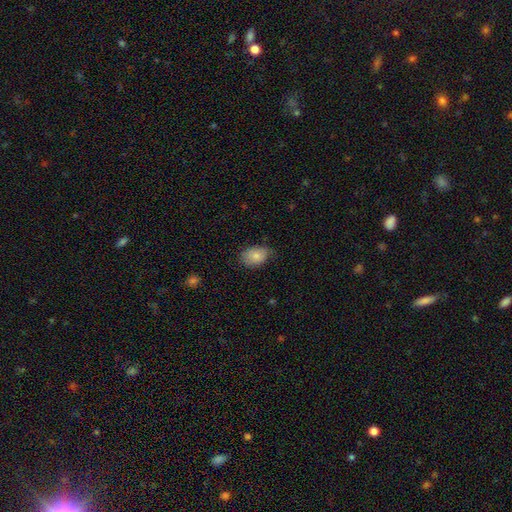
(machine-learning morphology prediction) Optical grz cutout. It shows a smooth galaxy with no disk features (83%) that is in between round and cigar-shaped (80%). Merging: none (68%).